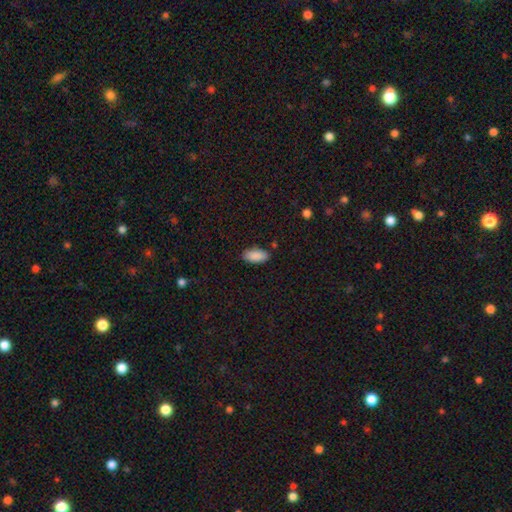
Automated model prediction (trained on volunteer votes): This is clearly a smooth galaxy (89%). How rounded: clearly in between (90%). Merging: clearly none (85%).